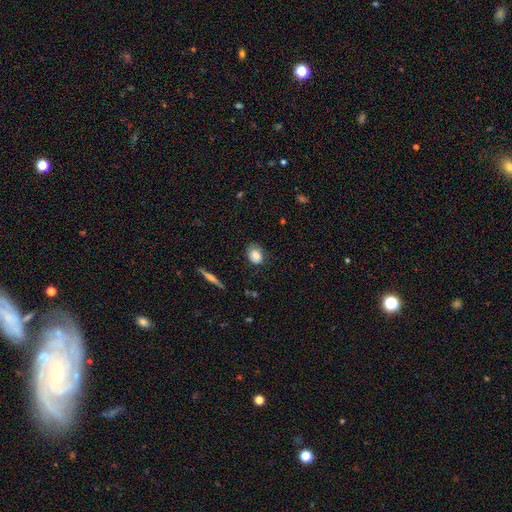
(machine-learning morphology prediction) A smooth galaxy with no disk features (82%) that is in between round and cigar-shaped (56%). Merging: none (78%).